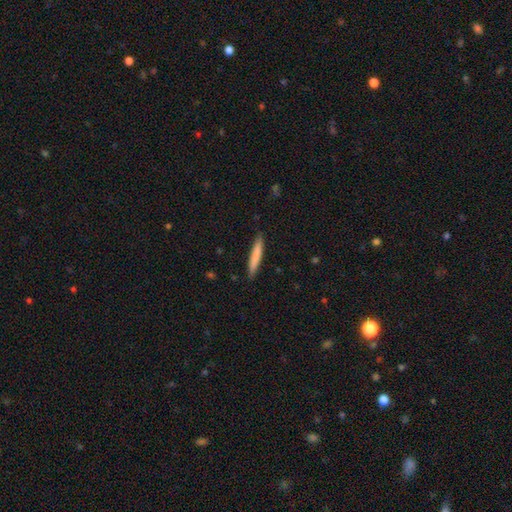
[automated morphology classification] A smooth galaxy with no disk features (79%) that is cigar-shaped (94%). Merging: none (87%).